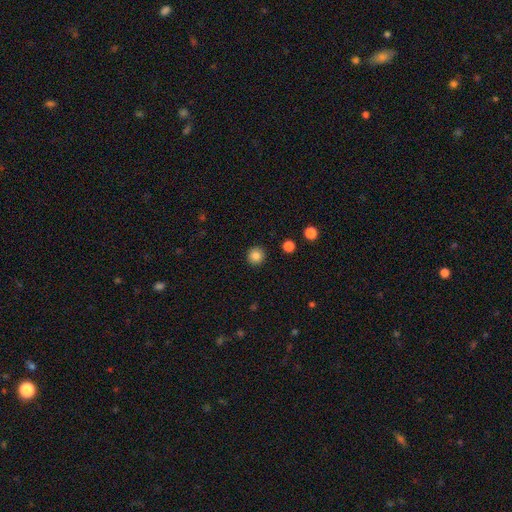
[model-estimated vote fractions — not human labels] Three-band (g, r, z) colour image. It shows a smooth galaxy with no disk features (85%) that is round (95%). Merging: none (92%).